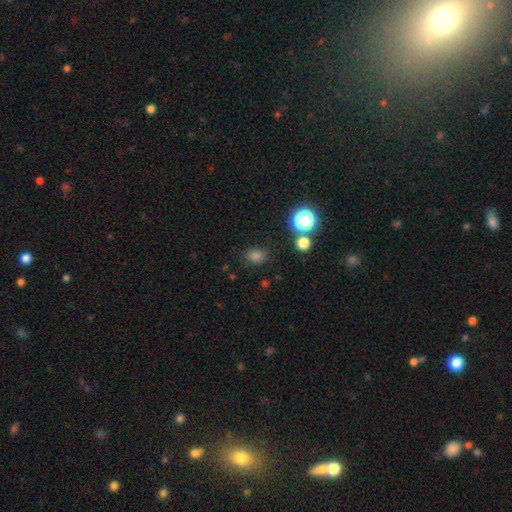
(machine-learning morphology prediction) Smooth or featured: smooth — 75% (star or artifact — 21%)
How rounded: in between — 53% (round — 46%)
Merging: none — 81% (minor disturbance — 12%)